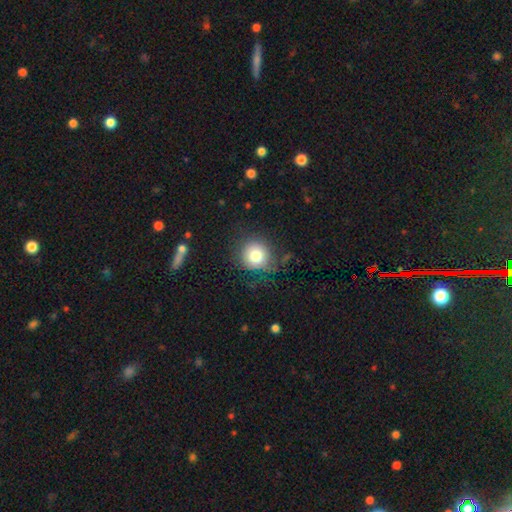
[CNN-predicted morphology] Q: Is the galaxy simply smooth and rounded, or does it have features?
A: smooth — 78%.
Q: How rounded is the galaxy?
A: round — 90%.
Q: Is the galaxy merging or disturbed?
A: none — 75%.